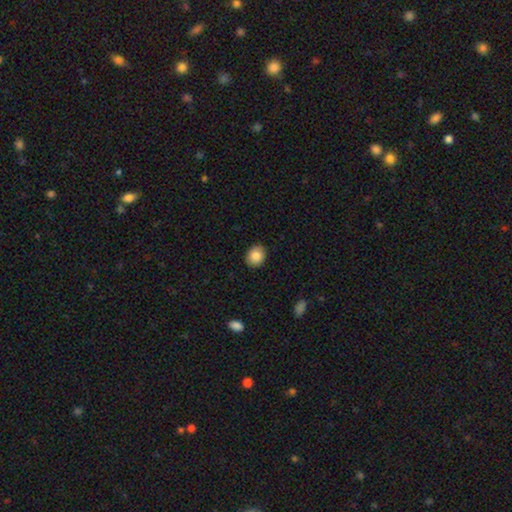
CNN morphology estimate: Smooth or featured? Predicted: smooth (p=0.86). How rounded? Predicted: round (p=0.67). Merging? Predicted: none (p=0.89).